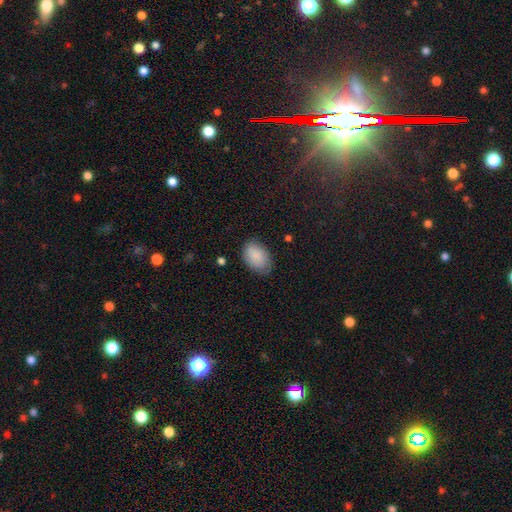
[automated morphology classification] smooth_or_featured: smooth (p=0.88) [alt: star or artifact p=0.07]
how_rounded: in between (p=0.87) [alt: round p=0.12]
merging: none (p=0.72) [alt: minor disturbance p=0.22]